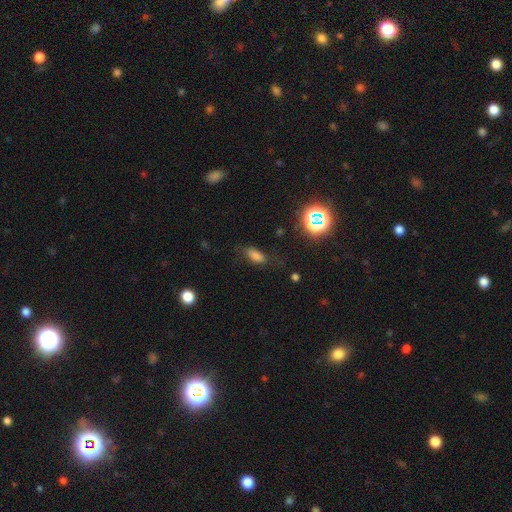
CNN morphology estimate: smooth-or-featured: smooth: 74% | star or artifact: 16% | featured or disk: 10%
  how-rounded: in between: 77% | cigar-shaped: 18% | round: 5%
  merging: none: 67% | minor disturbance: 21% | major disturbance: 10% | merger: 2%